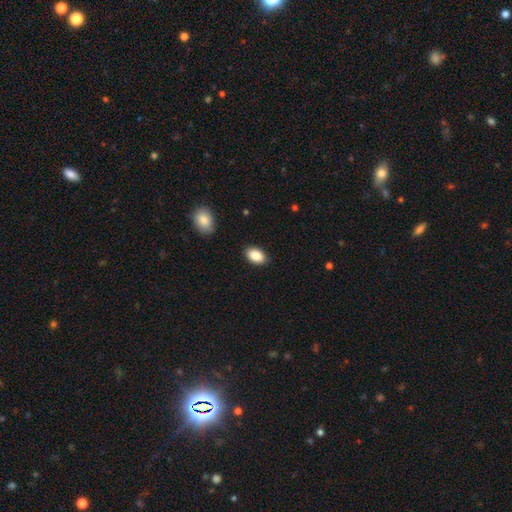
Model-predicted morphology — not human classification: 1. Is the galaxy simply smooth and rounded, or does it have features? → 88% smooth, 7% star or artifact, 5% featured or disk.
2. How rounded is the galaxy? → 91% in between, 7% round, 1% cigar-shaped.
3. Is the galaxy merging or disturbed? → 88% none, 9% minor disturbance, 2% major disturbance, 1% merger.